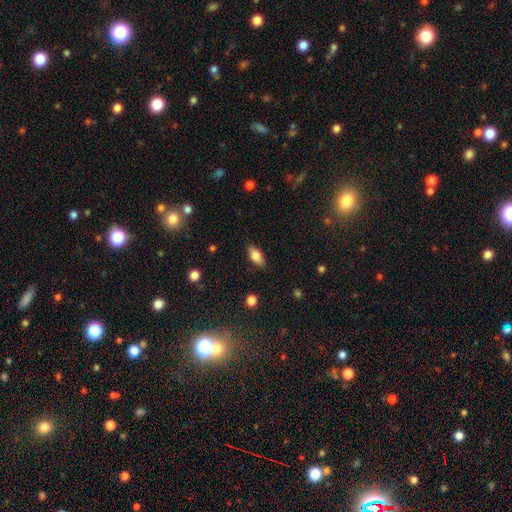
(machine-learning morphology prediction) The model was most divided on "smooth or featured": smooth: 79%, featured or disk: 14%, star or artifact: 7%. More confident: how rounded — in between (87%); merging — none (85%).